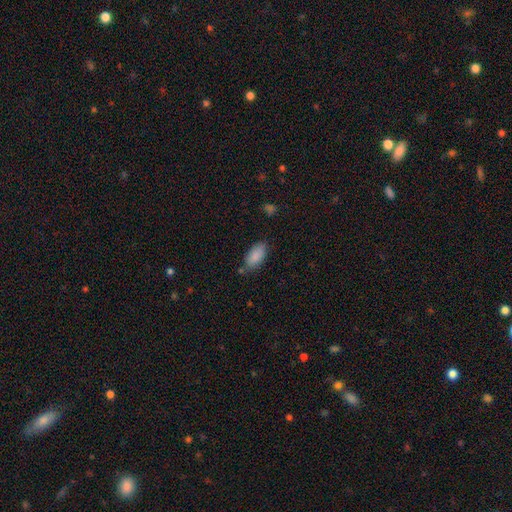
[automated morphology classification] This is clearly a smooth galaxy (88%). How rounded: clearly in between (93%). Merging: likely none (73%).